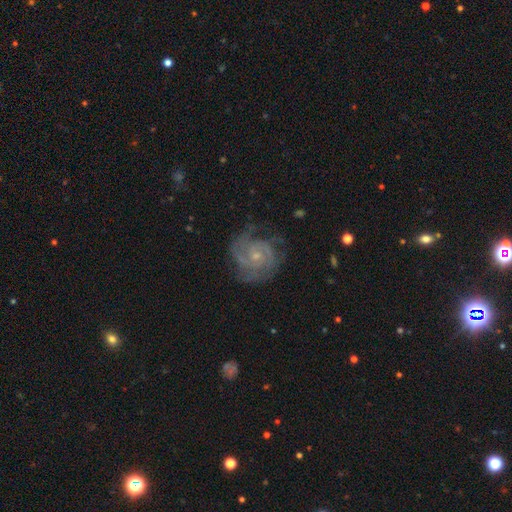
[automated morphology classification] Q: Smooth or featured?
A: featured or disk (85%); runner-up: smooth (9%)
Q: Edge-on disk?
A: no (98%); runner-up: yes (2%)
Q: Bar?
A: no (69%); runner-up: weak (27%)
Q: Spiral arms?
A: yes (96%); runner-up: no (4%)
Q: Spiral winding?
A: tight (58%); runner-up: medium (35%)
Q: Spiral arm count?
A: 2 (45%); runner-up: 3 (22%)
Q: Bulge size?
A: small (68%); runner-up: moderate (25%)
Q: Merging?
A: none (70%); runner-up: minor disturbance (19%)